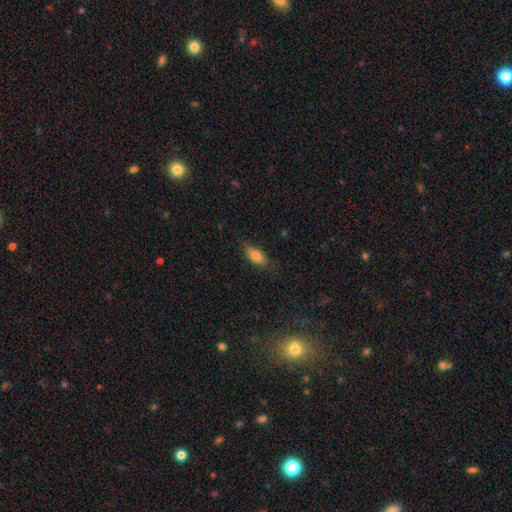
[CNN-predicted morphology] This is clearly a smooth galaxy (80%). How rounded: clearly in between (83%). Merging: likely none (78%).